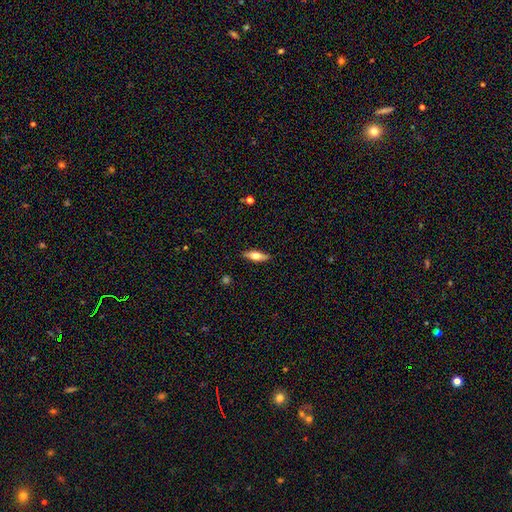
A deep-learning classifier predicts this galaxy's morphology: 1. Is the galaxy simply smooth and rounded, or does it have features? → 47% smooth (tied), 47% featured or disk (tied), 6% star or artifact.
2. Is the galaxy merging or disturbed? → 89% none, 8% minor disturbance, 2% major disturbance, 1% merger.